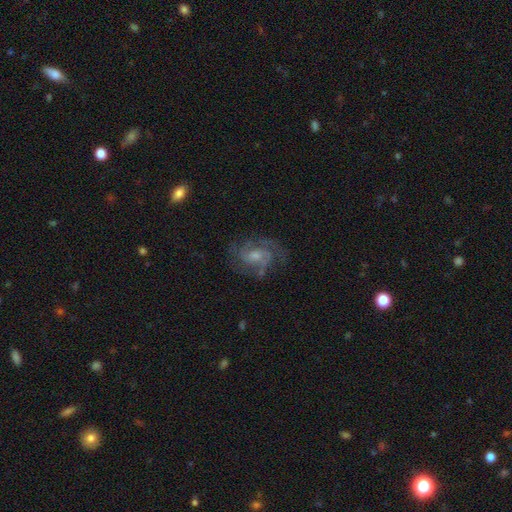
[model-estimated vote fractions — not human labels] Q: Smooth or featured?
A: featured or disk (82%); runner-up: star or artifact (9%)
Q: Edge-on disk?
A: no (97%); runner-up: yes (3%)
Q: Bar?
A: no (51%); runner-up: weak (41%)
Q: Spiral arms?
A: yes (95%); runner-up: no (5%)
Q: Spiral winding?
A: medium (46%); runner-up: tight (43%)
Q: Spiral arm count?
A: 3 (30%); tied with: 2 (30%)
Q: Bulge size?
A: moderate (46%); runner-up: small (42%)
Q: Merging?
A: none (73%); runner-up: minor disturbance (16%)